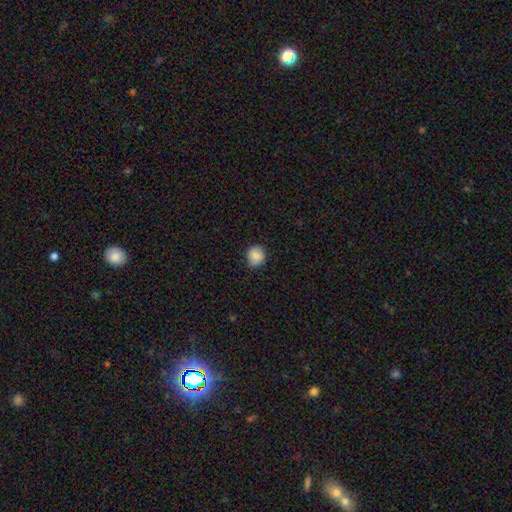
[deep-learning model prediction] A smooth galaxy with no disk features (83%) that is round (84%).

Vote fractions:
- Smooth or featured? smooth: 83% / featured or disk: 9% / star or artifact: 8%
- How rounded? round: 84% / in between: 15% / cigar-shaped: 1%
- Merging? none: 85% / minor disturbance: 12% / major disturbance: 3% / merger: 1%